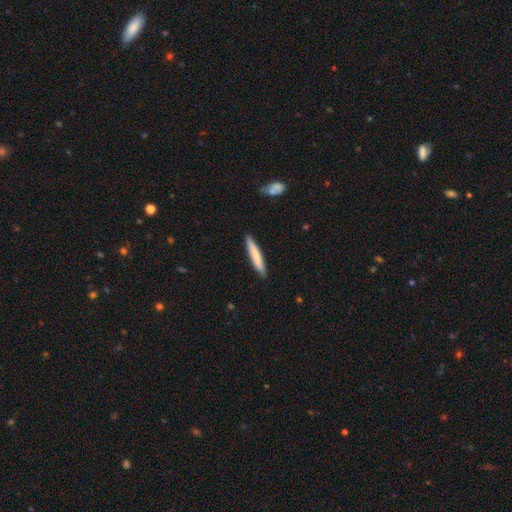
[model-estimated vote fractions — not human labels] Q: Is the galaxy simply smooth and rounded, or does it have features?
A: smooth — 74%.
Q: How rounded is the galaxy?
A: cigar-shaped — 94%.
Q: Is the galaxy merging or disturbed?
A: none — 89%.